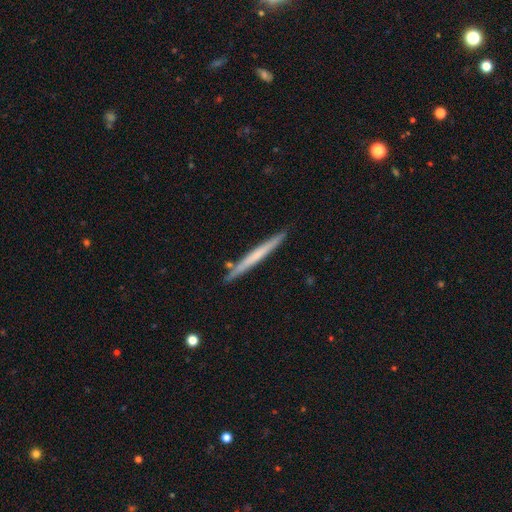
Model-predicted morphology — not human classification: A featured or disk galaxy (47%, tied with smooth).

Vote fractions:
- Smooth or featured? featured or disk: 47% (tied) / smooth: 47% (tied) / star or artifact: 5%
- Merging? none: 88% / minor disturbance: 8% / merger: 2% / major disturbance: 1%